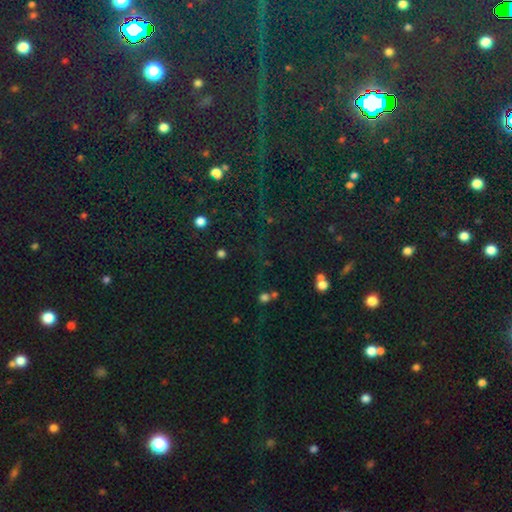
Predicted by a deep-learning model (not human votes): Smooth or featured? star or artifact (80%)